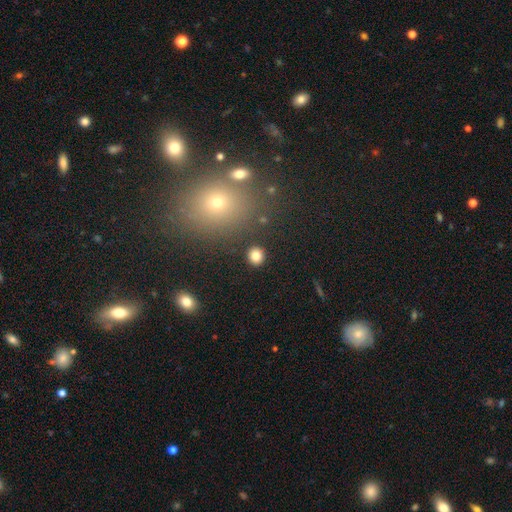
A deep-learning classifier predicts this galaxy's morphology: A smooth galaxy with no disk features (81%) that is round (89%). Merging: none (90%).